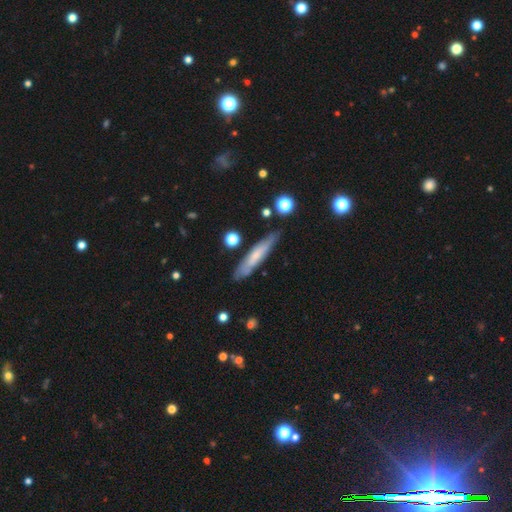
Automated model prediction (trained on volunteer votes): smooth_or_featured: smooth (p=0.53) [alt: featured or disk p=0.41]
how_rounded: cigar-shaped (p=0.87) [alt: in between p=0.11]
merging: none (p=0.79) [alt: minor disturbance p=0.15]